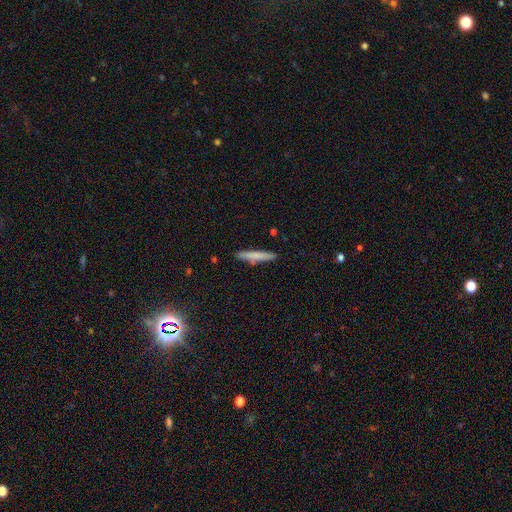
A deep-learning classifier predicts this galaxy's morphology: Q: Smooth or featured?
A: smooth (72%); runner-up: featured or disk (21%)
Q: How rounded?
A: cigar-shaped (93%); runner-up: in between (6%)
Q: Merging?
A: none (86%); runner-up: minor disturbance (10%)